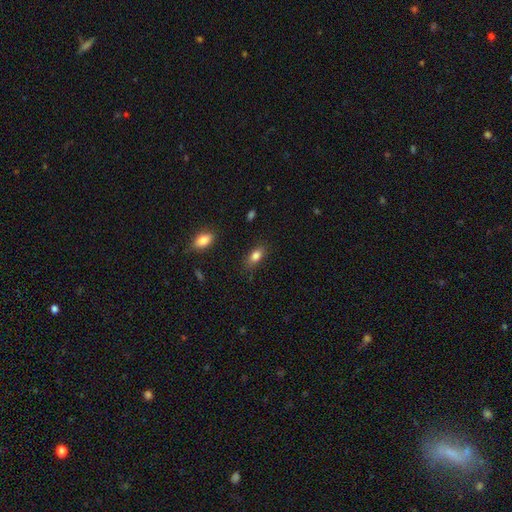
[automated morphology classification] Q: Smooth or featured?
A: smooth (83%); runner-up: star or artifact (9%)
Q: How rounded?
A: in between (85%); runner-up: round (8%)
Q: Merging?
A: none (79%); runner-up: minor disturbance (15%)